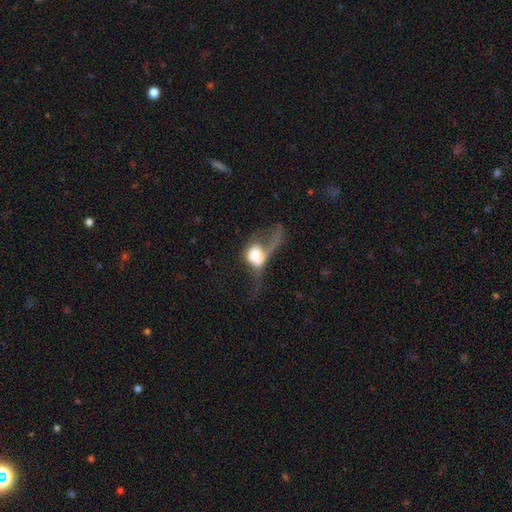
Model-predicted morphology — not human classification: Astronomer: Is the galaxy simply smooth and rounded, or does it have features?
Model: smooth — 52% (runner-up: featured or disk, 39%).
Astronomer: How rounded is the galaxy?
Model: round — 56% (runner-up: in between, 41%).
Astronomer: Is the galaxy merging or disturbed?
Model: major disturbance — 60%.